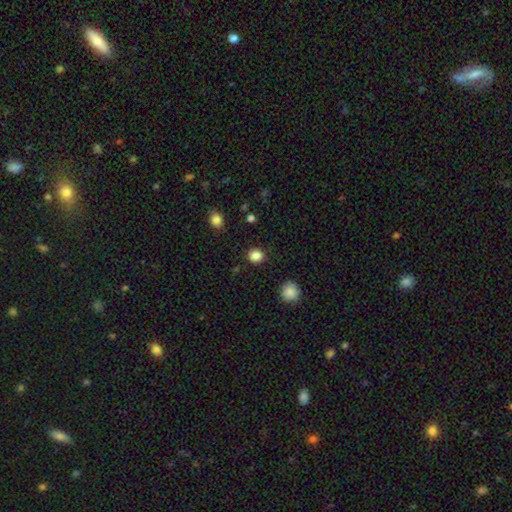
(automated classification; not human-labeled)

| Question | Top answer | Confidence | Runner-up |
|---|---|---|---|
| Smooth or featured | smooth | 85% | star or artifact (11%) |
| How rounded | round | 84% | in between (15%) |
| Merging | none | 89% | minor disturbance (7%) |